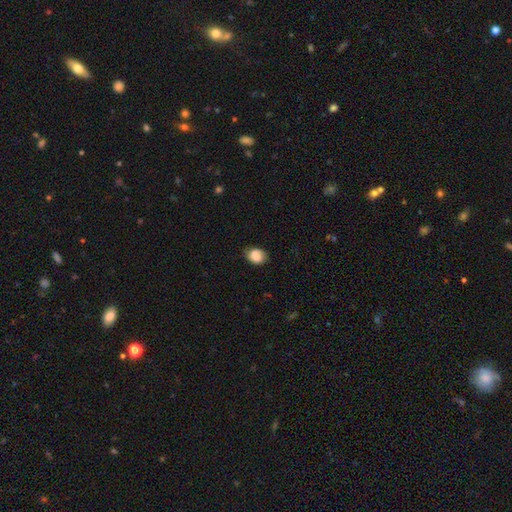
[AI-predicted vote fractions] Smooth or featured?
  - smooth: 83% *
  - featured or disk: 9%
  - star or artifact: 8%
How rounded?
  - in between: 57% *
  - round: 42%
  - cigar-shaped: 1%
Merging?
  - none: 70% *
  - minor disturbance: 23%
  - major disturbance: 5%
  - merger: 1%